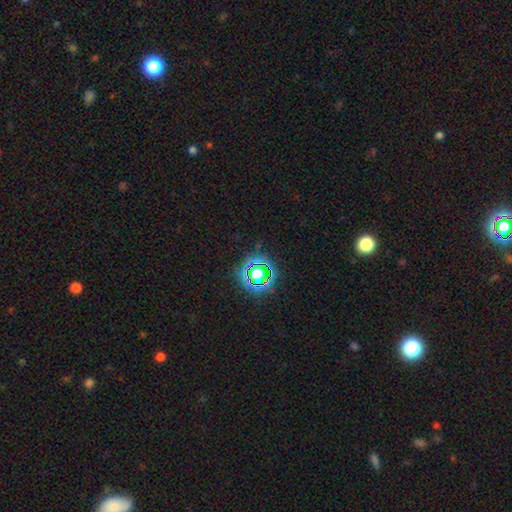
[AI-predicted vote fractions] Q: Smooth or featured?
A: star or artifact (78%); runner-up: smooth (15%)